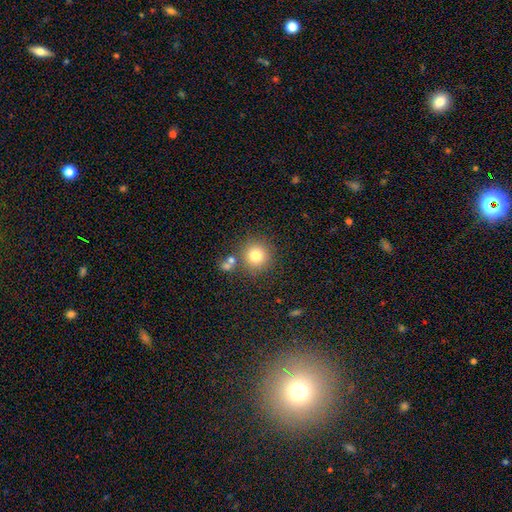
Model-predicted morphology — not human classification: This is likely a smooth galaxy (78%). How rounded: clearly round (93%). Merging: likely none (77%).